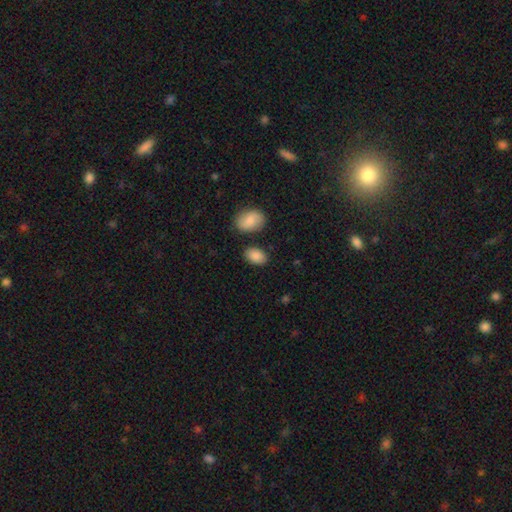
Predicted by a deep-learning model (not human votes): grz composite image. It shows a smooth galaxy with no disk features (88%) that is in between round and cigar-shaped (88%). Merging: none (81%).